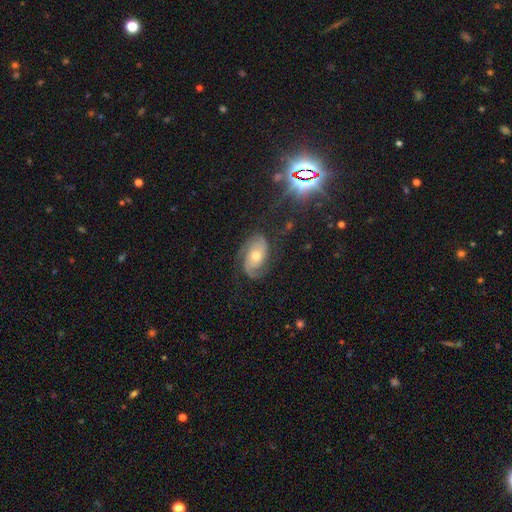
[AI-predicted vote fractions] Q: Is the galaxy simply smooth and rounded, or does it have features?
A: featured or disk — 75%.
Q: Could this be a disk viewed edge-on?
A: no — 96%.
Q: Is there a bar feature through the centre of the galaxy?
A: no — 73%.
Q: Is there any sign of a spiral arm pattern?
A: yes — 94%.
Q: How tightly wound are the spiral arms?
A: tight — 46%.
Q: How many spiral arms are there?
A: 2 — 66%.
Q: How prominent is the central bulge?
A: moderate — 65%.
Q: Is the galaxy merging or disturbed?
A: none — 71%.